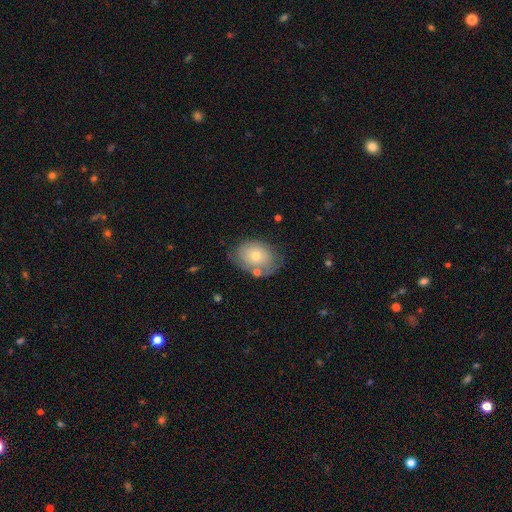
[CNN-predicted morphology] type=smooth (55%); roundness=in between (69%); merging=none (62%).